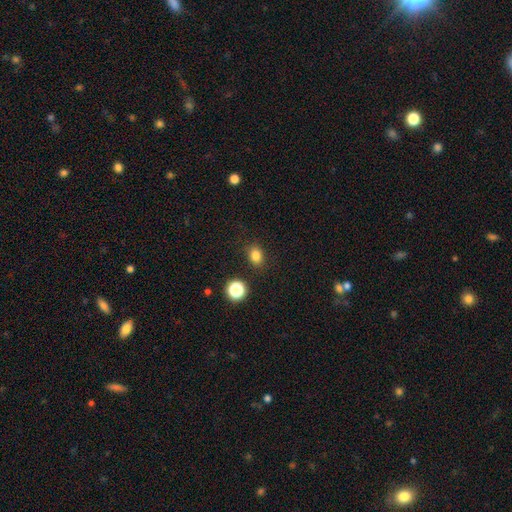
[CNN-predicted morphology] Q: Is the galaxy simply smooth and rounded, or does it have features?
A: smooth — 81%.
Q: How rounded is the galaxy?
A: in between — 56%.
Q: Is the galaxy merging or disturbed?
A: none — 84%.